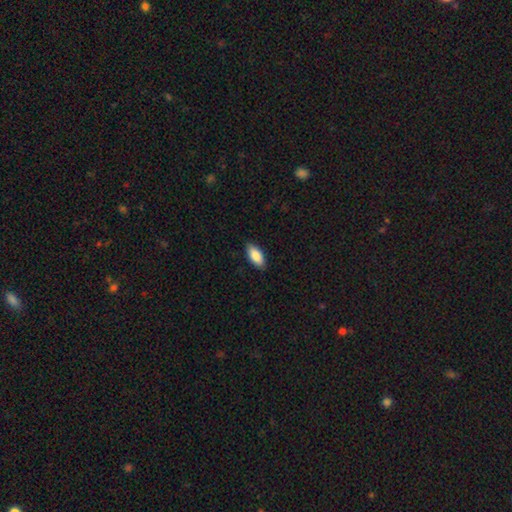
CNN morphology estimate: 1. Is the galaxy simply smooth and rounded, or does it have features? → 87% smooth, 7% featured or disk, 6% star or artifact.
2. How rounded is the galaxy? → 88% in between, 10% cigar-shaped, 2% round.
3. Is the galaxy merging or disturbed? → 87% none, 10% minor disturbance, 2% major disturbance, 1% merger.